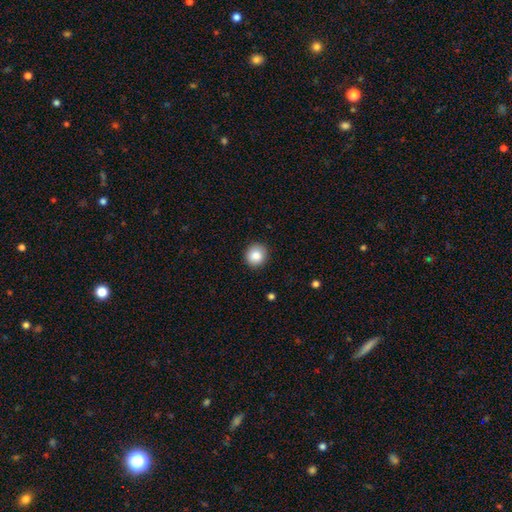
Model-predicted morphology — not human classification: Smooth or featured?
  - smooth: 86% *
  - star or artifact: 9%
  - featured or disk: 5%
How rounded?
  - round: 89% *
  - in between: 10%
  - cigar-shaped: 1%
Merging?
  - none: 91% *
  - minor disturbance: 7%
  - major disturbance: 2%
  - merger: 1%